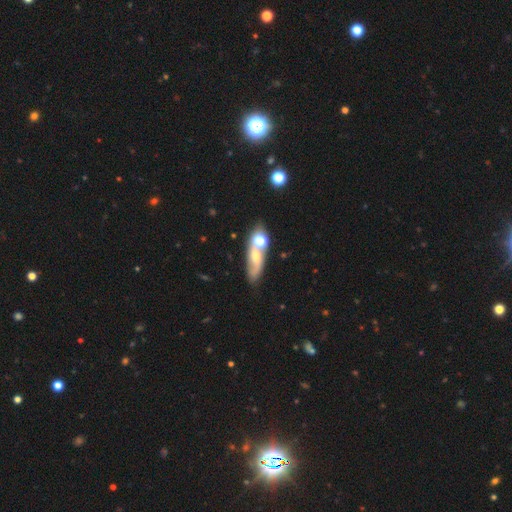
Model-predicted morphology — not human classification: A featured or disk galaxy (46%).

Vote fractions:
- Smooth or featured? featured or disk: 46% / smooth: 42% / star or artifact: 12%
- Merging? none: 50% / merger: 27% / minor disturbance: 16% / major disturbance: 8%